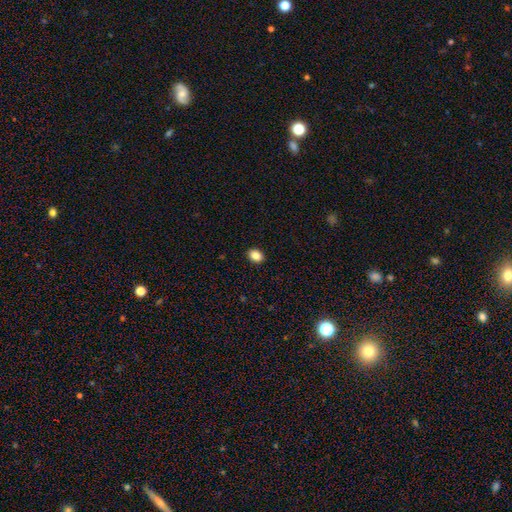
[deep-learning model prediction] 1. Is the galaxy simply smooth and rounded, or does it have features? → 86% smooth, 9% star or artifact, 5% featured or disk.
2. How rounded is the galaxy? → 64% in between, 35% round, 1% cigar-shaped.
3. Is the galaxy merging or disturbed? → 91% none, 7% minor disturbance, 2% major disturbance, 1% merger.